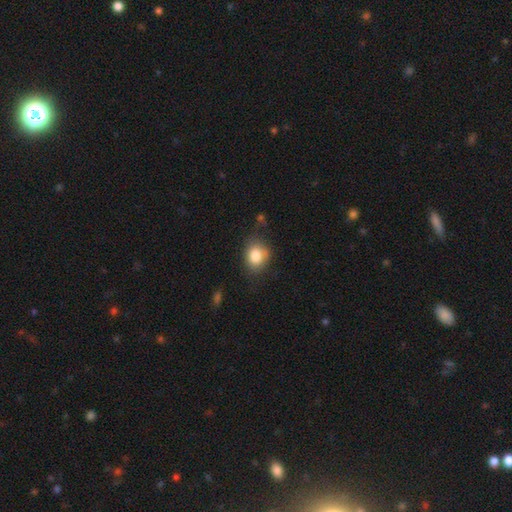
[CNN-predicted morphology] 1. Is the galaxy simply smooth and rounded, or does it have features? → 84% smooth, 9% star or artifact, 7% featured or disk.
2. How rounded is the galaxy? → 56% round, 43% in between, 1% cigar-shaped.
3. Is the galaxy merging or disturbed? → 72% none, 20% minor disturbance, 5% major disturbance, 3% merger.